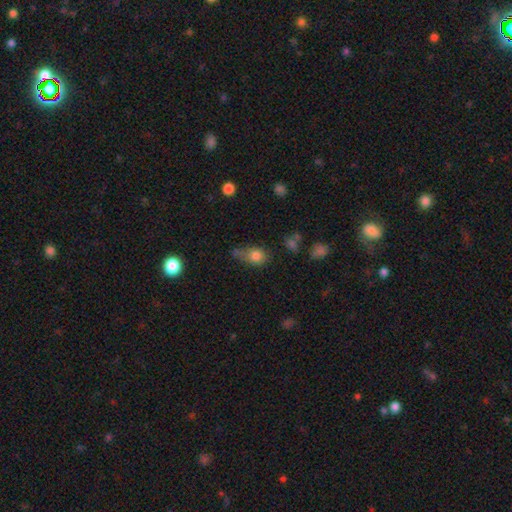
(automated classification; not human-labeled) The model was most divided on "merging": none: 38%, minor disturbance: 33%, major disturbance: 15%, merger: 14%. More confident: smooth or featured — smooth (79%); how rounded — in between (54%).